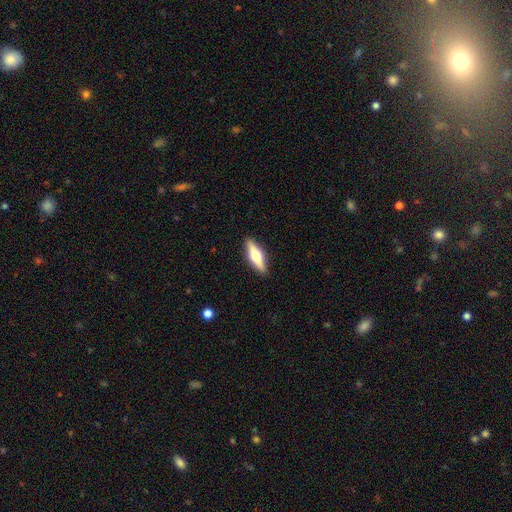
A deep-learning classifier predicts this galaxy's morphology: featured or disk 56%, smooth 39%, star or artifact 5%. Down the decision tree: edge-on disk — yes (95%); edge-on bulge — rounded (93%); merging — none (90%).